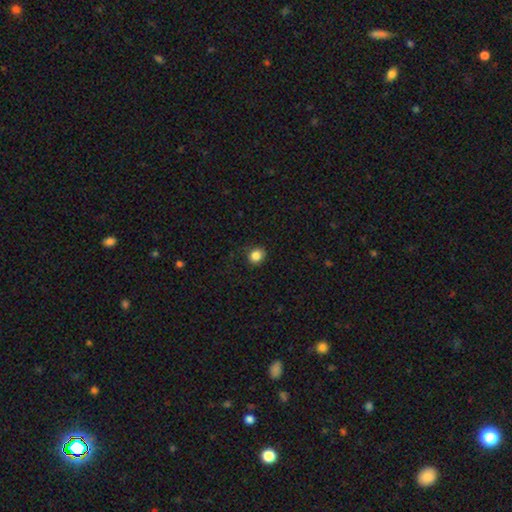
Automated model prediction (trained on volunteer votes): smooth_or_featured: smooth (p=0.85) [alt: star or artifact p=0.11]
how_rounded: round (p=0.76) [alt: in between p=0.23]
merging: none (p=0.84) [alt: minor disturbance p=0.12]